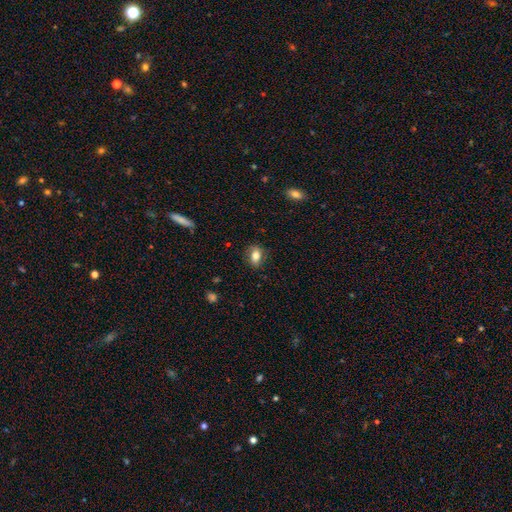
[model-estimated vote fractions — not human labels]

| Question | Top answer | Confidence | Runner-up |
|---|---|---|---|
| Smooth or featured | smooth | 75% | featured or disk (16%) |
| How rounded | in between | 75% | round (22%) |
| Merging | none | 81% | minor disturbance (14%) |